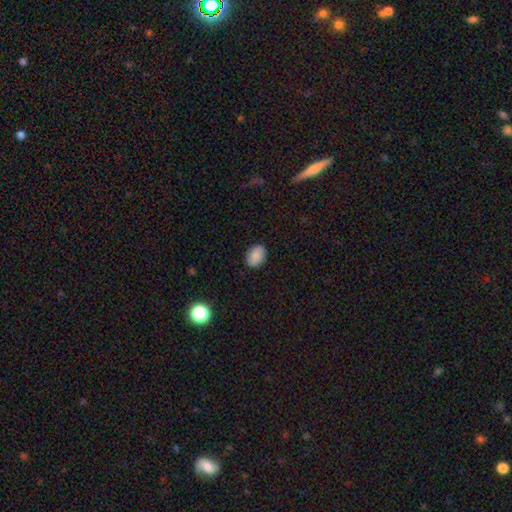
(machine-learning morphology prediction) A smooth galaxy with no disk features (85%) that is in between round and cigar-shaped (73%).

Vote fractions:
- Smooth or featured? smooth: 85% / star or artifact: 8% / featured or disk: 7%
- How rounded? in between: 73% / round: 26% / cigar-shaped: 1%
- Merging? none: 87% / minor disturbance: 10% / major disturbance: 2% / merger: 1%